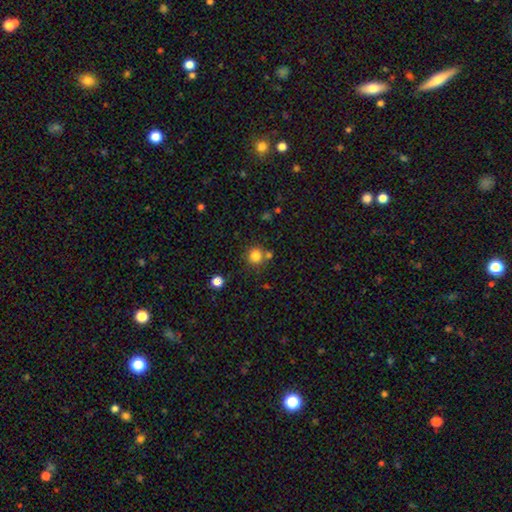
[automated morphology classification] A smooth galaxy with no disk features (82%) that is round (92%). Merging: none (72%).